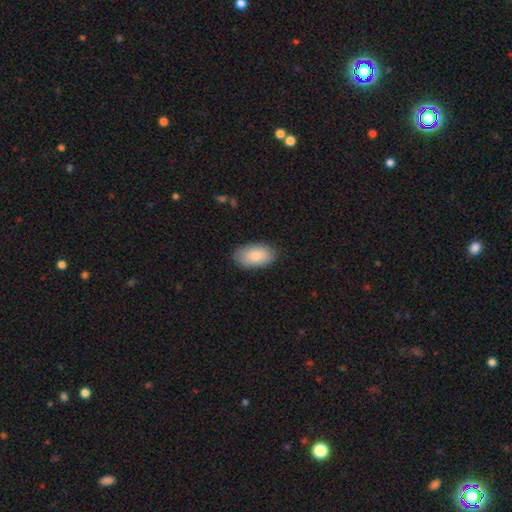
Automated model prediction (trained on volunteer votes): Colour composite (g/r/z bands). It shows a smooth galaxy with no disk features (84%) that is in between round and cigar-shaped (95%). Merging: none (85%).